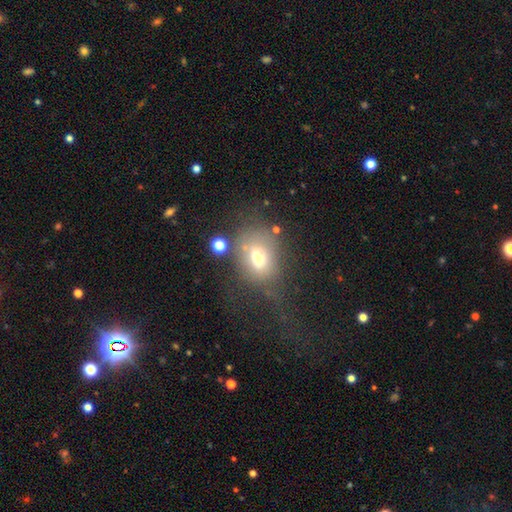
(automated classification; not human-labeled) This appears to be a smooth galaxy with no disk features (66%) that is in between round and cigar-shaped (56%). Merging: none (44%).